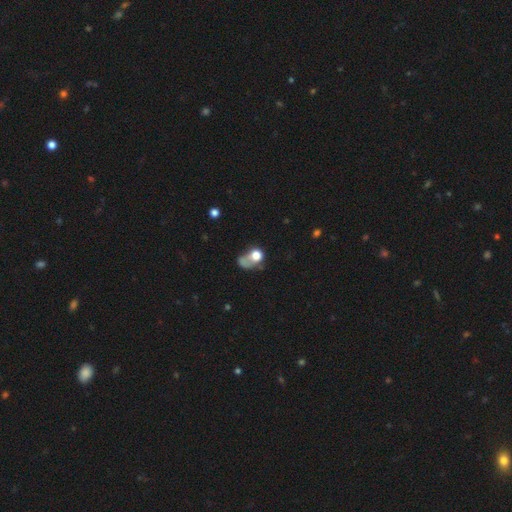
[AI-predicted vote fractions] Q: Smooth or featured?
A: smooth (65%); runner-up: featured or disk (22%)
Q: How rounded?
A: round (52%); runner-up: in between (46%)
Q: Merging?
A: major disturbance (37%); runner-up: none (24%)